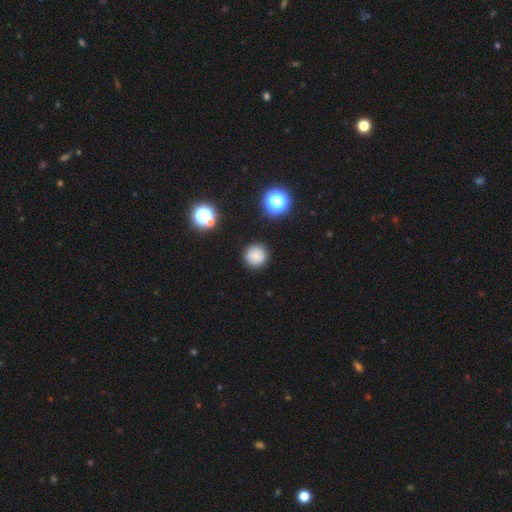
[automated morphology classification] This is likely a smooth galaxy (79%). How rounded: clearly round (95%). Merging: clearly none (89%).